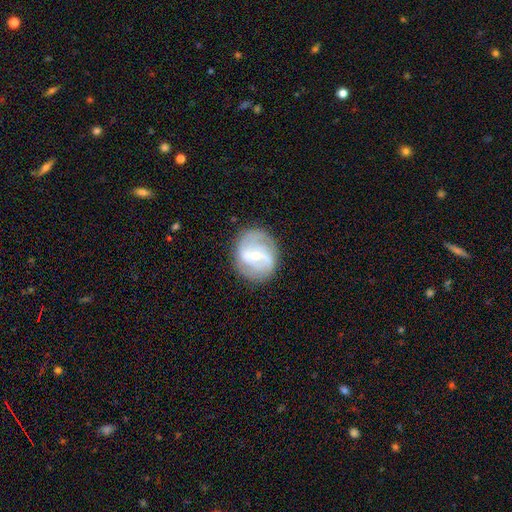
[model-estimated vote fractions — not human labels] Smooth or featured? featured or disk (79%)
Edge-on disk? no (97%)
Bar? weak (47%)
Spiral arms? yes (91%)
Spiral winding? medium (44%)
Spiral arm count? 2 (59%)
Bulge size? small (59%)
Merging? none (79%)